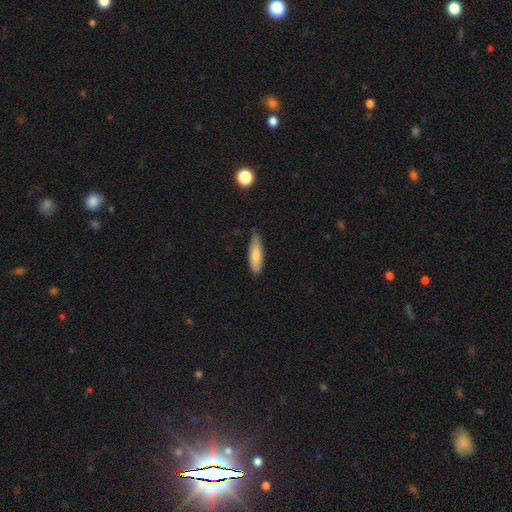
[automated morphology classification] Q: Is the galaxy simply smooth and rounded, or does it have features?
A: smooth — 81%.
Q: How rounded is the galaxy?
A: cigar-shaped — 58%.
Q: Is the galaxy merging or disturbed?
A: none — 72%.